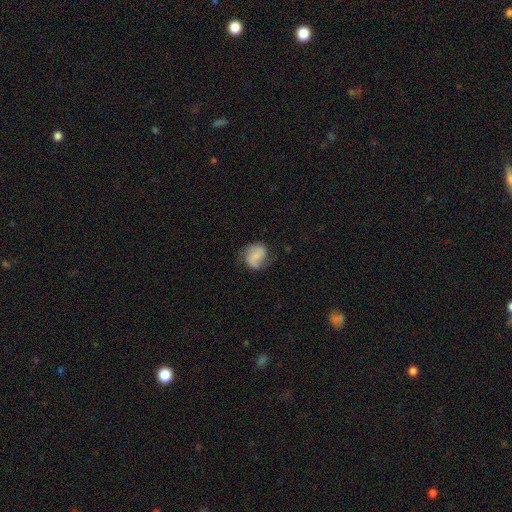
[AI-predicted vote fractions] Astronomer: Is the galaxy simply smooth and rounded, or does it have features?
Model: smooth — 46% (runner-up: featured or disk, 45%).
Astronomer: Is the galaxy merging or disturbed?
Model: none — 64%.